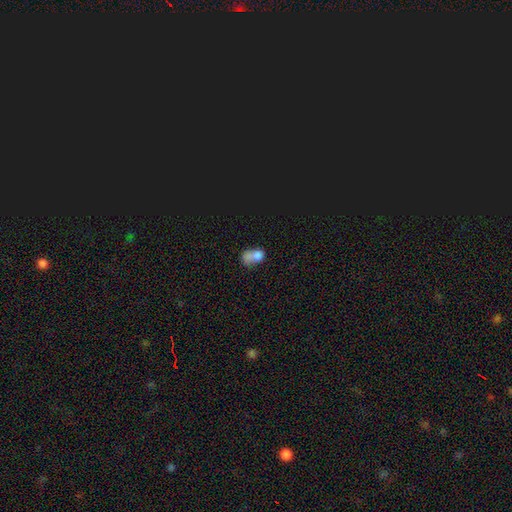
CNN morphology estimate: A smooth galaxy with no disk features (68%) that is in between round and cigar-shaped (70%). Merging: merger (40%).